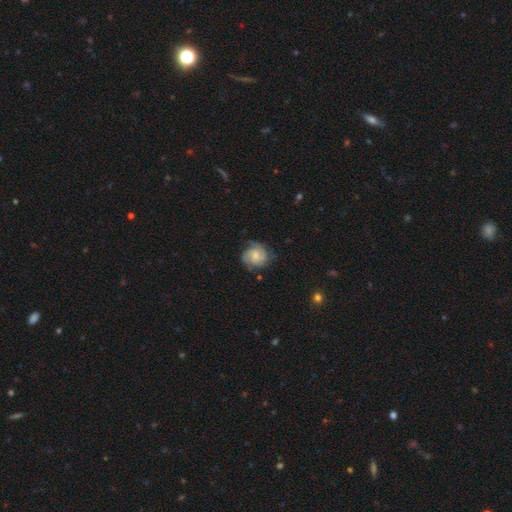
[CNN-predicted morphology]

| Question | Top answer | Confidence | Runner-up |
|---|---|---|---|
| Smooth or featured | featured or disk | 69% | smooth (24%) |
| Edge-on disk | no | 98% | yes (2%) |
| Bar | no | 71% | weak (25%) |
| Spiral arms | yes | 94% | no (6%) |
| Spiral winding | tight | 56% | medium (34%) |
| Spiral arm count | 2 | 34% | 3 (30%) |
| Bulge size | small | 49% | moderate (35%) |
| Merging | none | 69% | minor disturbance (21%) |